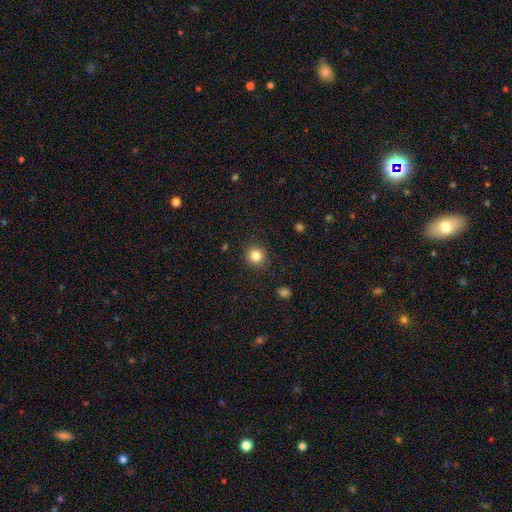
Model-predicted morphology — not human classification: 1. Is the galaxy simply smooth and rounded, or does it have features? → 82% smooth, 12% star or artifact, 6% featured or disk.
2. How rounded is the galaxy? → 93% round, 7% in between, 1% cigar-shaped.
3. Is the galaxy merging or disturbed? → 91% none, 6% minor disturbance, 2% major disturbance, 1% merger.